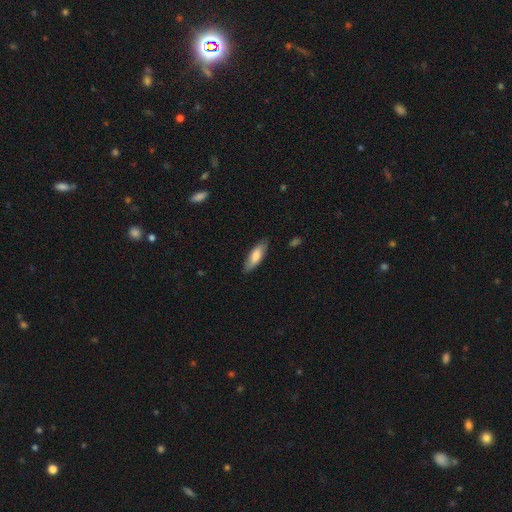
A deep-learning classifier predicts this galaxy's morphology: Smooth or featured?
  - smooth: 72% *
  - featured or disk: 23%
  - star or artifact: 6%
How rounded?
  - in between: 63% *
  - cigar-shaped: 36%
  - round: 2%
Merging?
  - none: 82% *
  - minor disturbance: 14%
  - major disturbance: 2%
  - merger: 1%